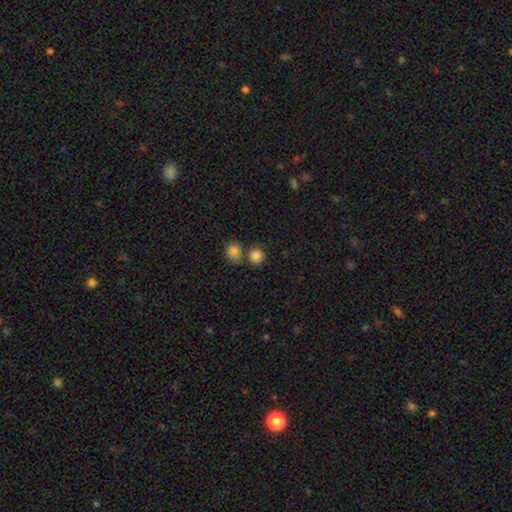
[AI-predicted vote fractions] A smooth galaxy with no disk features (85%) that is round (85%).

Vote fractions:
- Smooth or featured? smooth: 85% / star or artifact: 10% / featured or disk: 5%
- How rounded? round: 85% / in between: 14% / cigar-shaped: 1%
- Merging? none: 59% / merger: 27% / minor disturbance: 10% / major disturbance: 4%